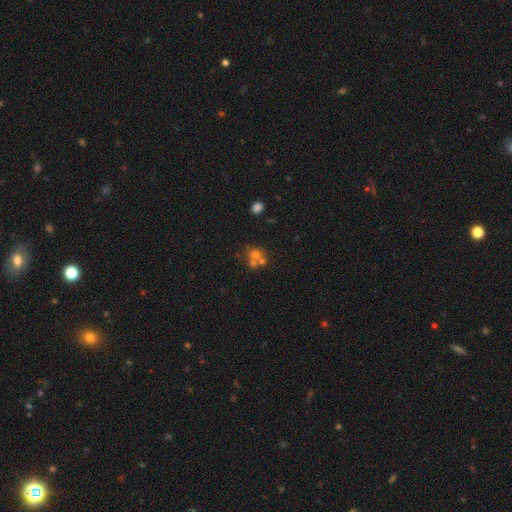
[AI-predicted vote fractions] Overall: smooth (56%; featured or disk 25%). How rounded: round (79%). Merging: merger (50%; none 39%).